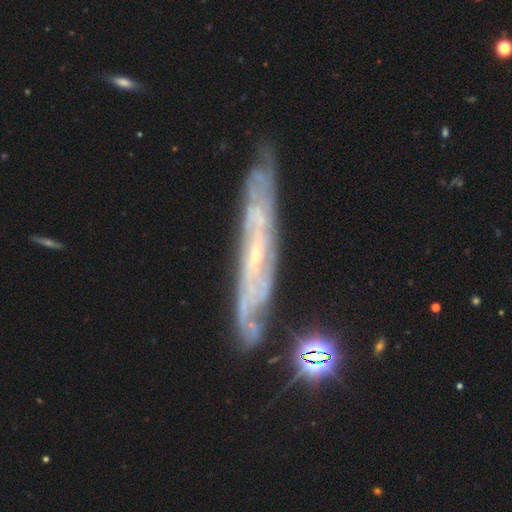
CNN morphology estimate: Smooth or featured? Predicted: featured or disk (p=0.82). Edge-on disk? Predicted: no (p=0.58). Merging? Predicted: none (p=0.78).